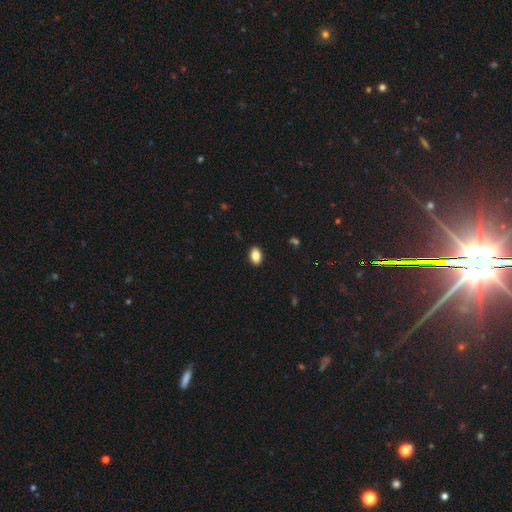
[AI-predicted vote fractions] This is clearly a smooth galaxy (84%). How rounded: clearly in between (87%). Merging: clearly none (90%).